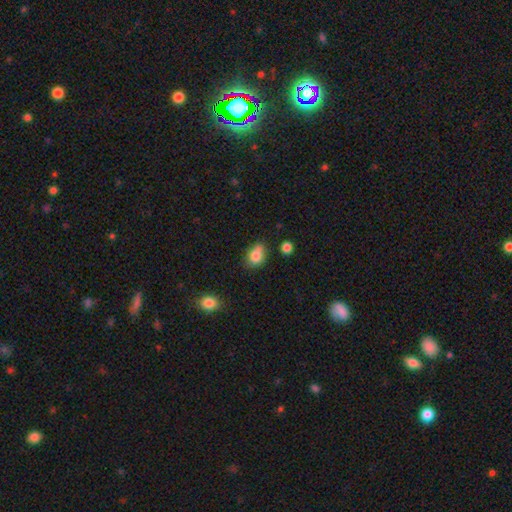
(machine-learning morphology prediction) A smooth galaxy with no disk features (81%) that is in between round and cigar-shaped (58%).

Vote fractions:
- Smooth or featured? smooth: 81% / star or artifact: 10% / featured or disk: 9%
- How rounded? in between: 58% / round: 41% / cigar-shaped: 1%
- Merging? none: 47% / minor disturbance: 31% / merger: 13% / major disturbance: 9%